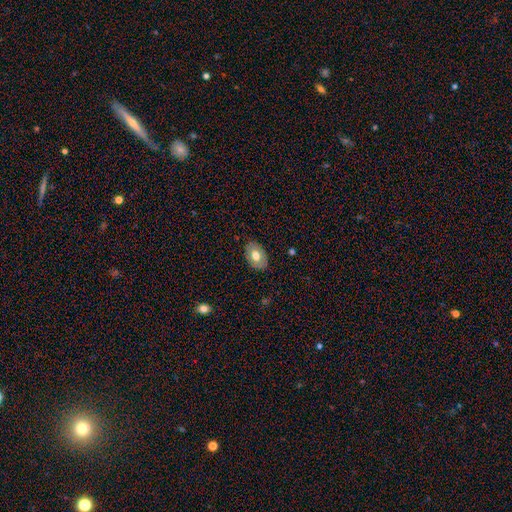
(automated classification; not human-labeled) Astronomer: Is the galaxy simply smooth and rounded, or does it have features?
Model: smooth — 67%.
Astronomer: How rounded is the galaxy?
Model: in between — 86%.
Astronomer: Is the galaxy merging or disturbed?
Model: none — 84%.